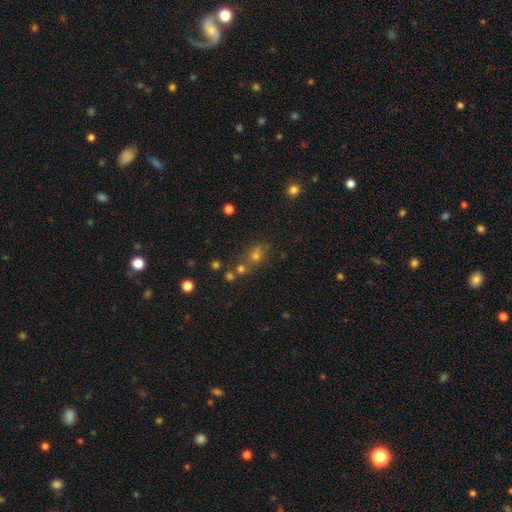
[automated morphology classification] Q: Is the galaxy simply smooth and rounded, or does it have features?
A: smooth — 56%.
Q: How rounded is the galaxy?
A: round — 66%.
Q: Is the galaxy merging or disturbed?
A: none — 55%.